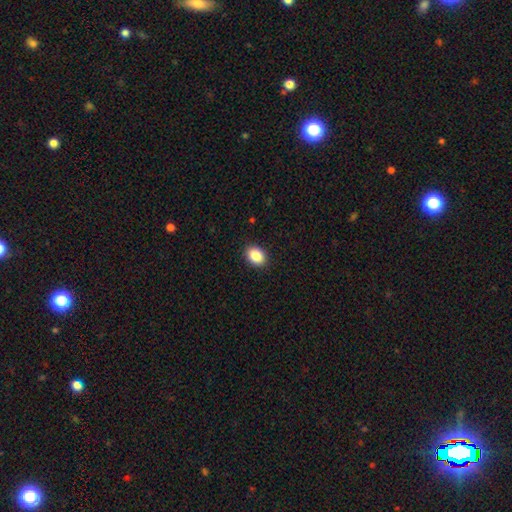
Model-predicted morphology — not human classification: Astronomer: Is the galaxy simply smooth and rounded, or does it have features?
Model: smooth — 87%.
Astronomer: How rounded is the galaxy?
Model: in between — 69%.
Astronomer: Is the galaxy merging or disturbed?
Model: none — 91%.